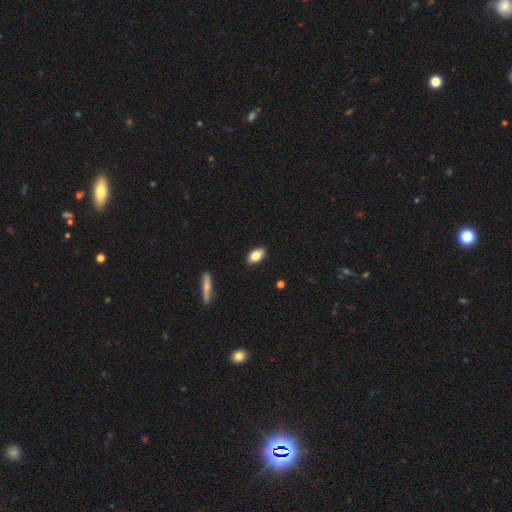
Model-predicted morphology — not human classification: The model was most divided on "smooth or featured": smooth: 81%, featured or disk: 12%, star or artifact: 7%. More confident: how rounded — in between (90%); merging — none (89%).